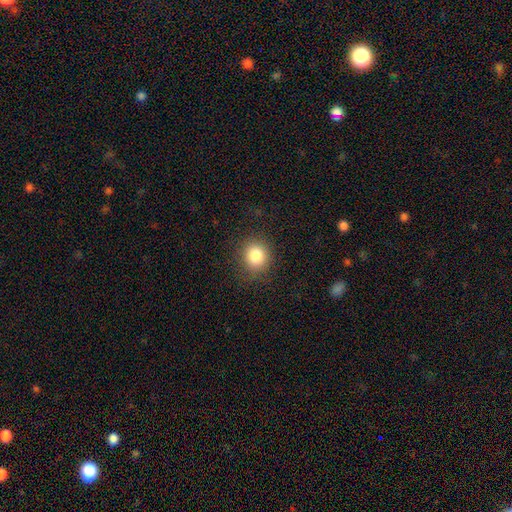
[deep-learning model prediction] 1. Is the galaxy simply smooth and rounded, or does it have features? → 84% smooth, 11% star or artifact, 6% featured or disk.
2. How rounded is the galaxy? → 82% round, 17% in between, 1% cigar-shaped.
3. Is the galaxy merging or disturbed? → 86% none, 10% minor disturbance, 4% major disturbance, 1% merger.